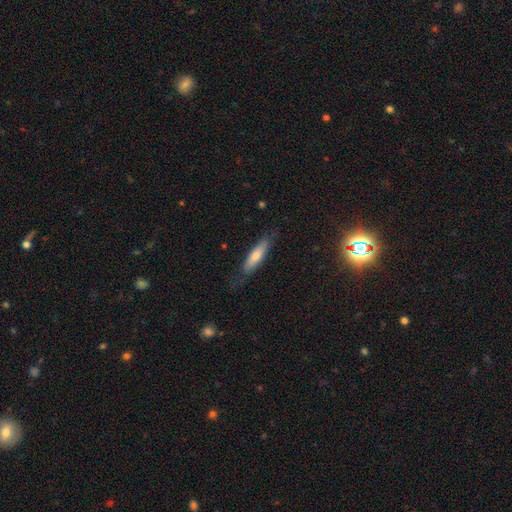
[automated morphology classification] Smooth or featured? Predicted: smooth (p=0.54). How rounded? Predicted: cigar-shaped (p=0.77). Merging? Predicted: none (p=0.75).